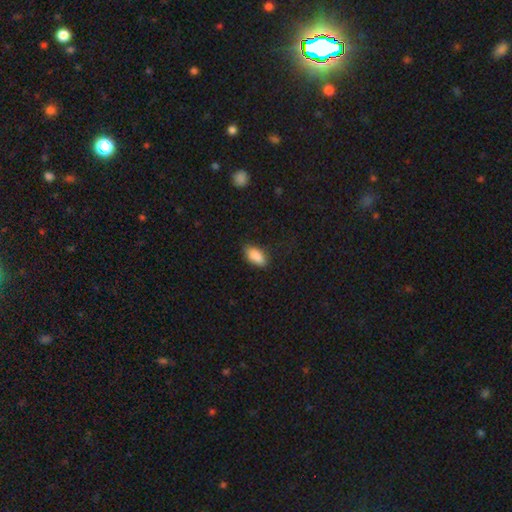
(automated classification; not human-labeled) The model was most divided on "merging": none: 79%, minor disturbance: 16%, major disturbance: 4%, merger: 1%. More confident: how rounded — in between (91%); smooth or featured — smooth (89%).